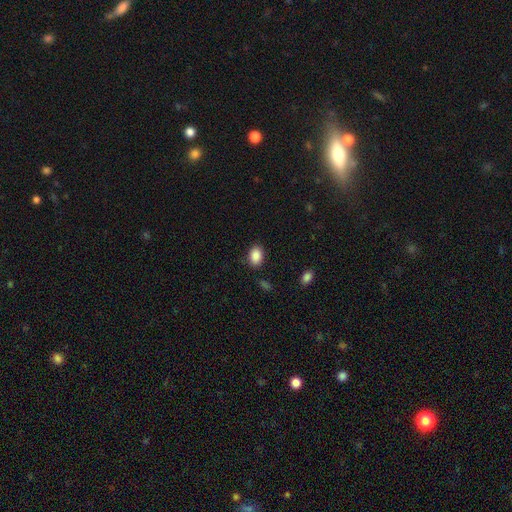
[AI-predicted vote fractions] Overall: smooth (88%). How rounded: in between (78%). Merging: none (84%).